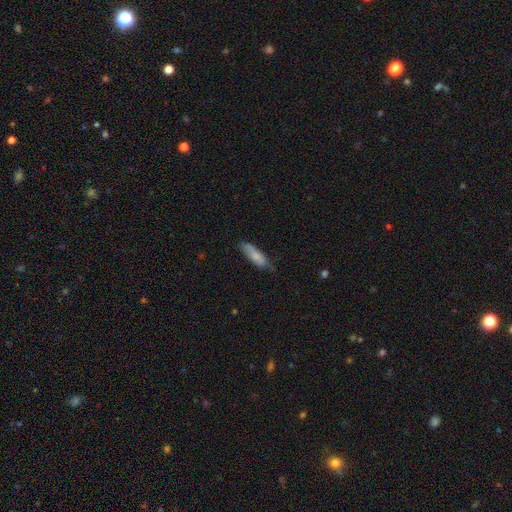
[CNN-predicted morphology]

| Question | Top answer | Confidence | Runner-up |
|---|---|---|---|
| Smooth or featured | smooth | 79% | featured or disk (15%) |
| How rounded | cigar-shaped | 50% | in between (49%) |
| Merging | none | 57% | minor disturbance (33%) |